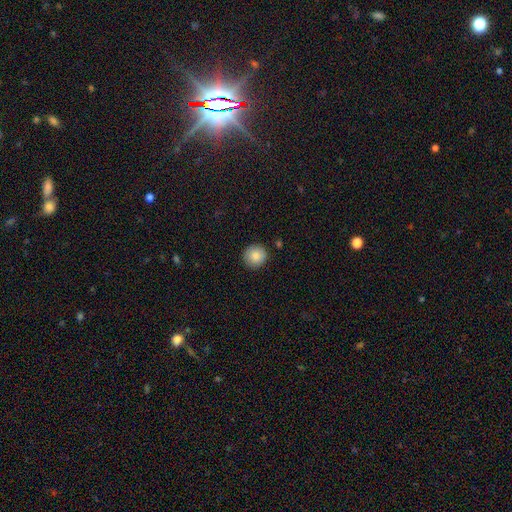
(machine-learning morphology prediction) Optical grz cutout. It shows a smooth galaxy with no disk features (86%) that is round (92%). Merging: none (90%).